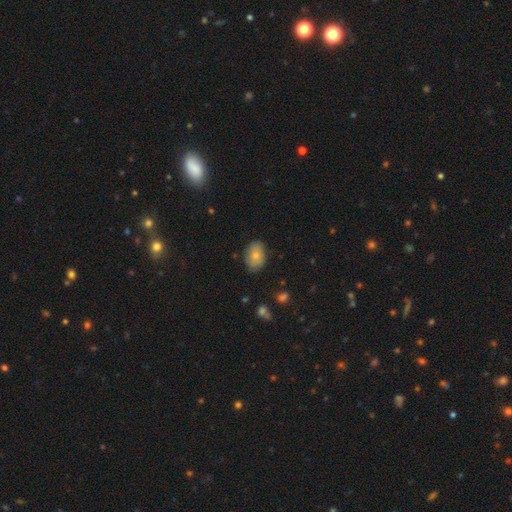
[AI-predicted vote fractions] A smooth galaxy with no disk features (75%) that is in between round and cigar-shaped (83%).

Vote fractions:
- Smooth or featured? smooth: 75% / featured or disk: 18% / star or artifact: 7%
- How rounded? in between: 83% / round: 16% / cigar-shaped: 1%
- Merging? none: 77% / minor disturbance: 18% / major disturbance: 4% / merger: 1%